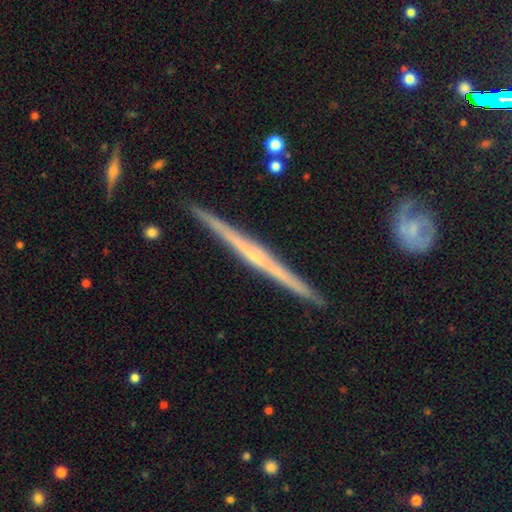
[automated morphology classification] featured or disk 81%, smooth 12%, star or artifact 6%. Down the decision tree: edge-on disk — yes (98%); edge-on bulge — rounded (47%); merging — none (91%).